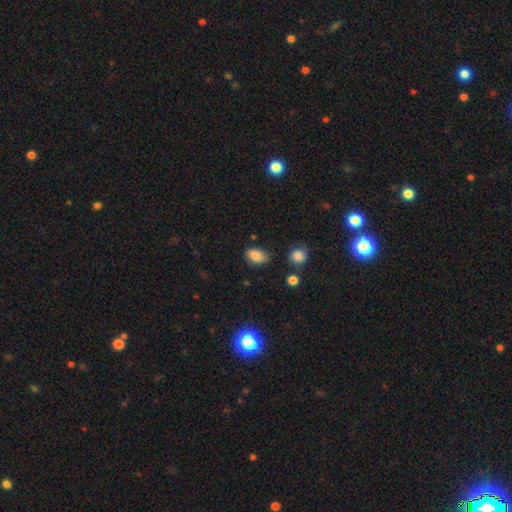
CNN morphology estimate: smooth 85%, star or artifact 9%, featured or disk 5%. Down the decision tree: how rounded — in between (85%); merging — none (72%).